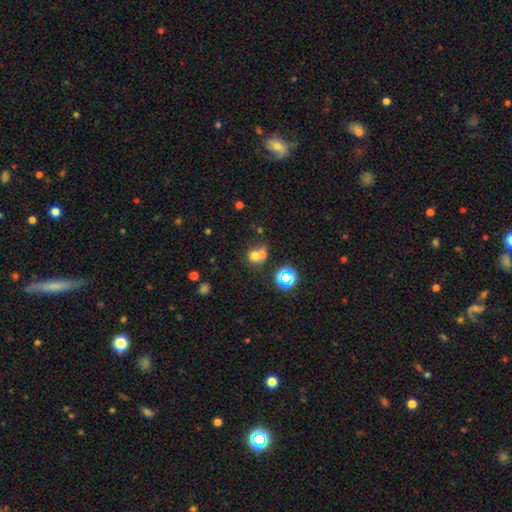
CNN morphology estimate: The model was most divided on "merging": merger: 50%, none: 37%, minor disturbance: 8%, major disturbance: 5%. More confident: how rounded — round (79%); smooth or featured — smooth (66%).